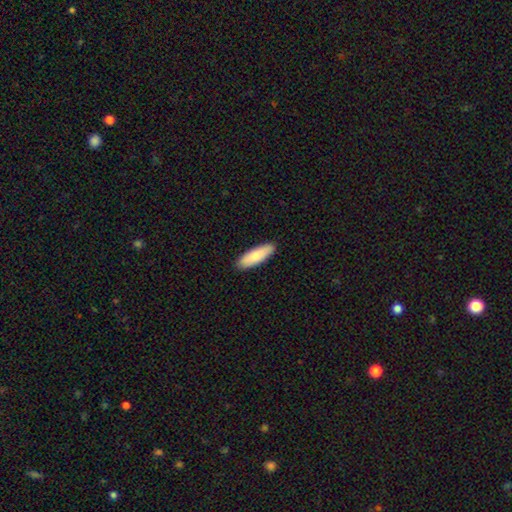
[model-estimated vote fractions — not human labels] The model was most divided on "how rounded": in between: 53%, cigar-shaped: 45%, round: 2%. More confident: merging — none (90%); smooth or featured — smooth (81%).